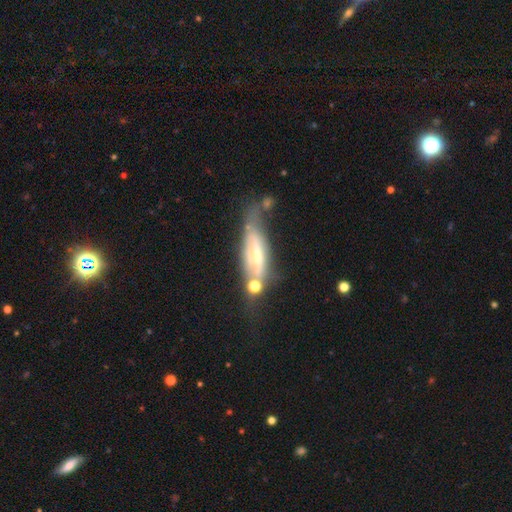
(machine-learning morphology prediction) A featured or disk galaxy (60%). Merging: none (34%).